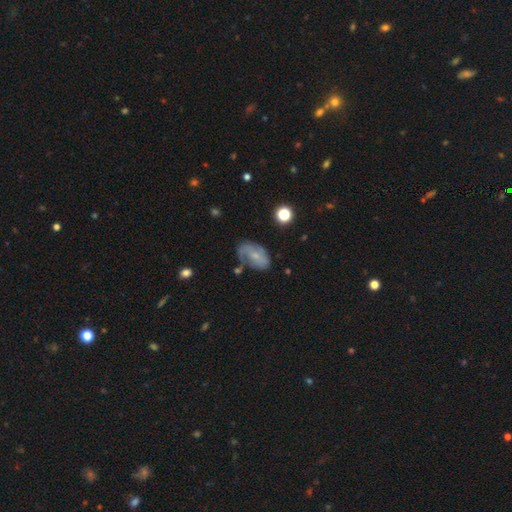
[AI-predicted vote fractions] Smooth or featured? Predicted: featured or disk (p=0.55). Edge-on disk? Predicted: no (p=0.95). Bar? Predicted: no (p=0.57). Spiral arms? Predicted: yes (p=0.76). Bulge size? Predicted: small (p=0.66). Merging? Predicted: none (p=0.54).